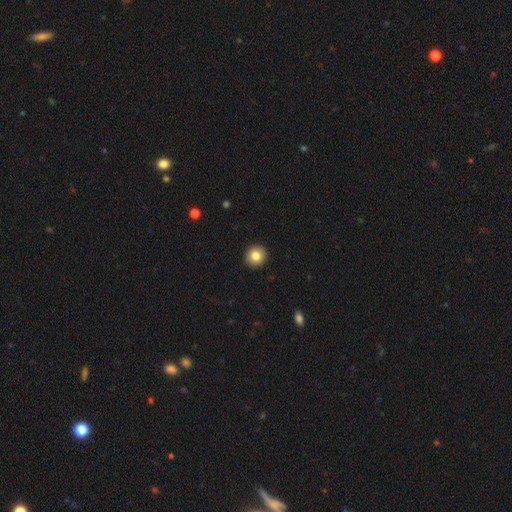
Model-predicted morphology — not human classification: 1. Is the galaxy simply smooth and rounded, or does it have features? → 82% smooth, 9% star or artifact, 9% featured or disk.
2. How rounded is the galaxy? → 92% round, 7% in between, 1% cigar-shaped.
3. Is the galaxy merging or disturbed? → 93% none, 5% minor disturbance, 1% major disturbance, 1% merger.